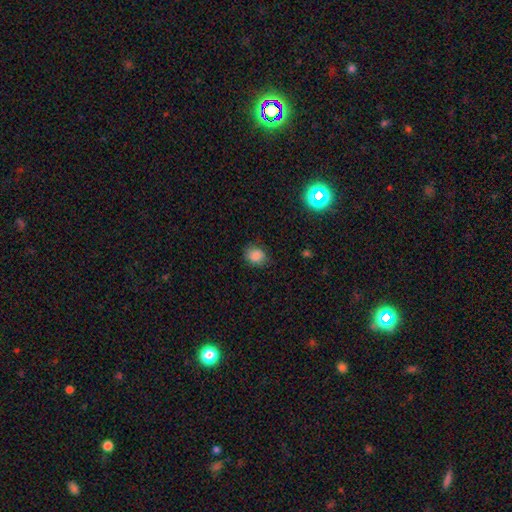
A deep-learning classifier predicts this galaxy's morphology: Smooth or featured? smooth (85%)
How rounded? round (59%)
Merging? none (77%)